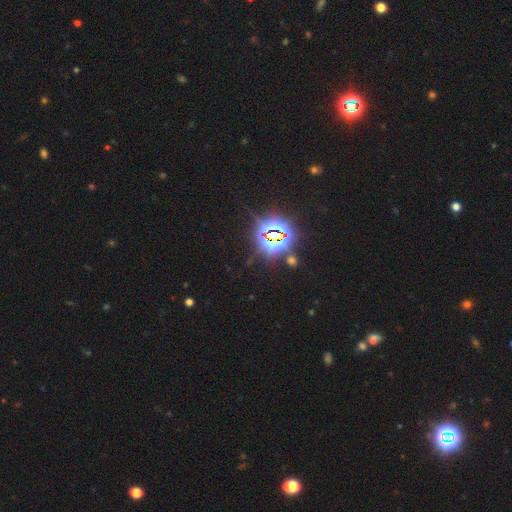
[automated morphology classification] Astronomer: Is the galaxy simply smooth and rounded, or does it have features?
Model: star or artifact — 83%.